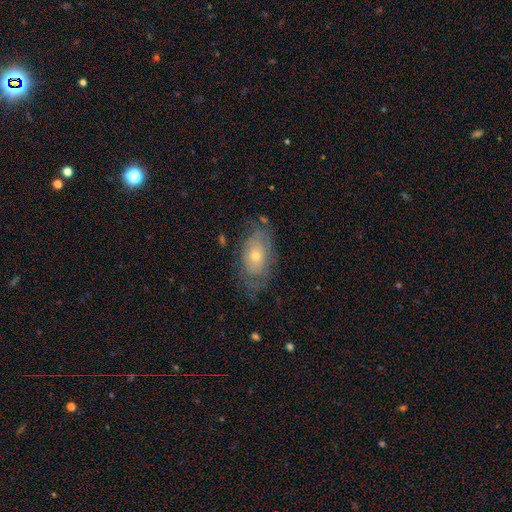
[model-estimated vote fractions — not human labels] featured or disk 50%, smooth 42%, star or artifact 8%. Down the decision tree: merging — none (62%).